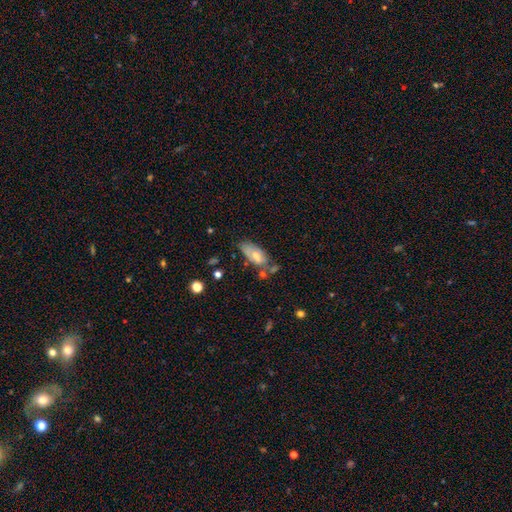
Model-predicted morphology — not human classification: smooth_or_featured: smooth (p=0.63) [alt: featured or disk p=0.30]
how_rounded: in between (p=0.87) [alt: cigar-shaped p=0.10]
merging: none (p=0.45) [alt: minor disturbance p=0.28]